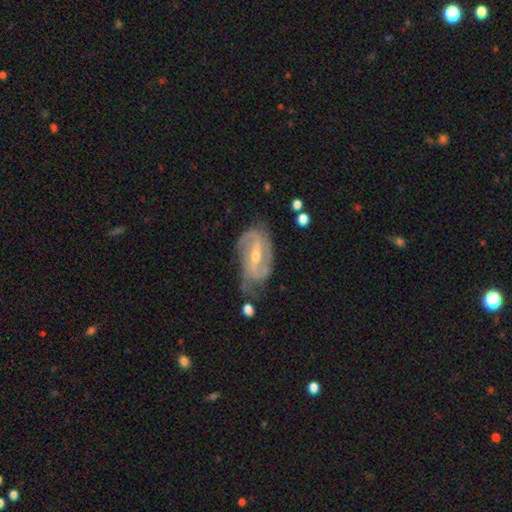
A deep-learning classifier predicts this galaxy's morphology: This appears to be a featured or disk galaxy (89%) with a strong bar (41%, tied with weak), 2 (70%) medium (48%) spiral arms (97%) and a small central bulge (52%). Merging: none (62%).